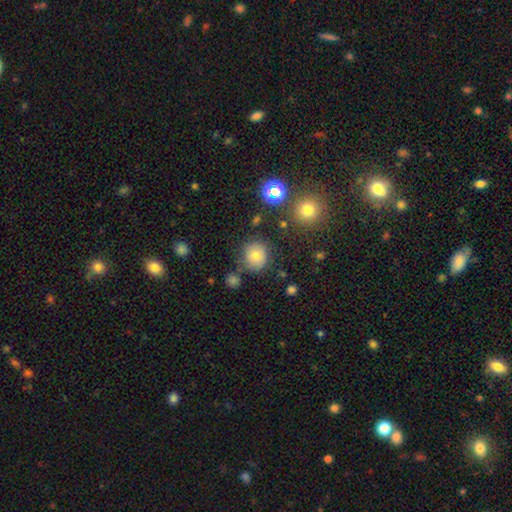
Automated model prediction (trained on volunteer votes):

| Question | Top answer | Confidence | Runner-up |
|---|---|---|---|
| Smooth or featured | smooth | 74% | star or artifact (15%) |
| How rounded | round | 86% | in between (14%) |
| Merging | none | 78% | minor disturbance (13%) |